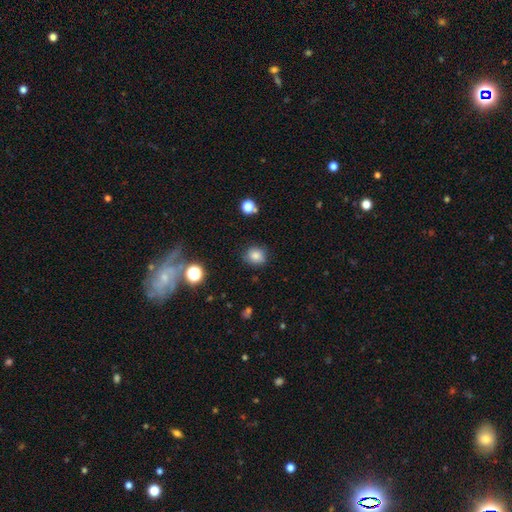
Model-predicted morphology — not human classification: This is clearly a smooth galaxy (82%). How rounded: likely round (72%). Merging: clearly none (83%).